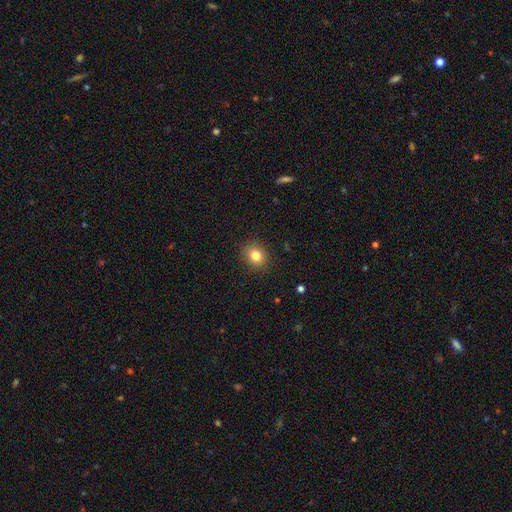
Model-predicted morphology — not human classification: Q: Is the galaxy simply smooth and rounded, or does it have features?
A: smooth — 82%.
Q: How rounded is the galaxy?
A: round — 70%.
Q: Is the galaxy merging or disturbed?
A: none — 89%.